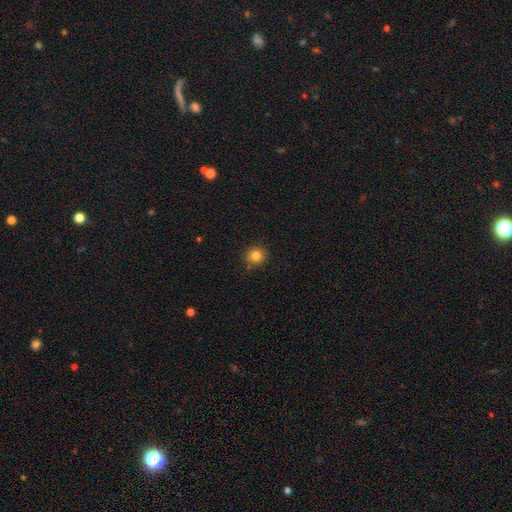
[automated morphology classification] Overall: smooth (82%). How rounded: round (90%). Merging: none (86%).